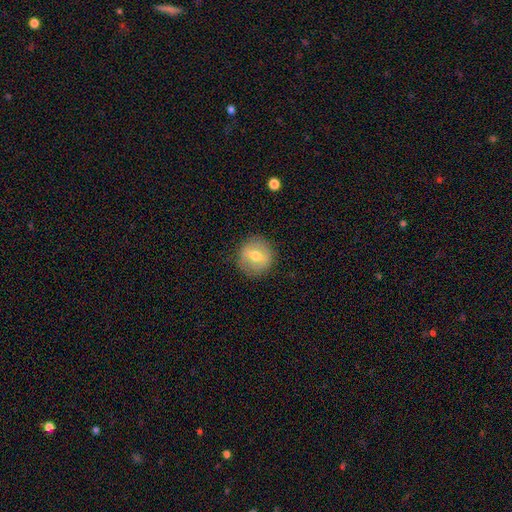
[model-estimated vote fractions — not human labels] A smooth galaxy with no disk features (52%) that is round (91%). Merging: none (84%).